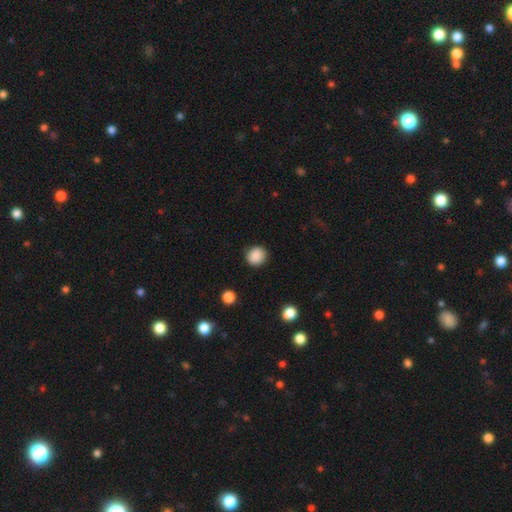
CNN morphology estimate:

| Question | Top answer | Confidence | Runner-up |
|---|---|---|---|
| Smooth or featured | smooth | 88% | star or artifact (9%) |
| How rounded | round | 86% | in between (14%) |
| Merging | none | 89% | minor disturbance (8%) |